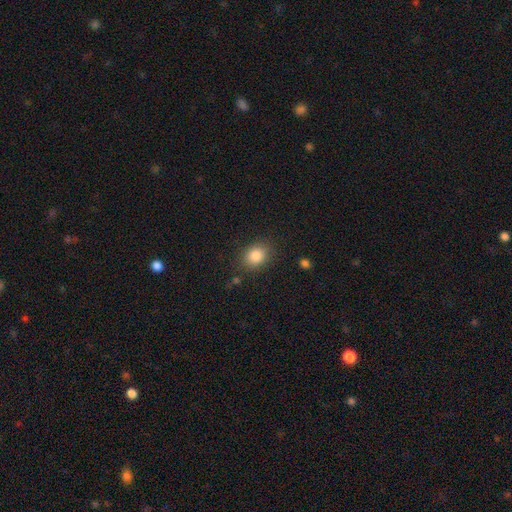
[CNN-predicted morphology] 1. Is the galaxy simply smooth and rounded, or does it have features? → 84% smooth, 10% star or artifact, 6% featured or disk.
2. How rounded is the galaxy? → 51% in between, 48% round, 1% cigar-shaped.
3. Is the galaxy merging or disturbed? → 84% none, 11% minor disturbance, 3% major disturbance, 2% merger.